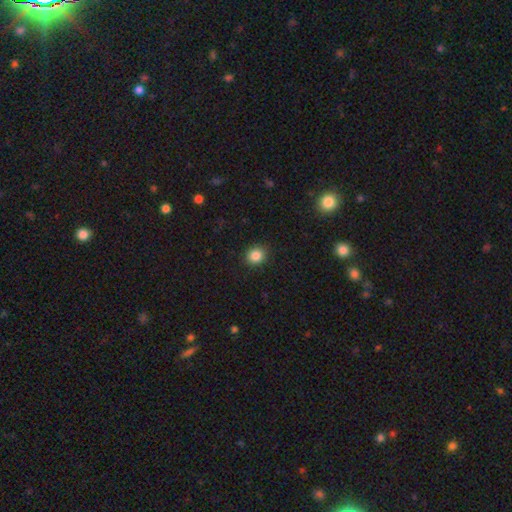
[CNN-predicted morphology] Smooth or featured? Predicted: smooth (p=0.86). How rounded? Predicted: round (p=0.80). Merging? Predicted: none (p=0.91).